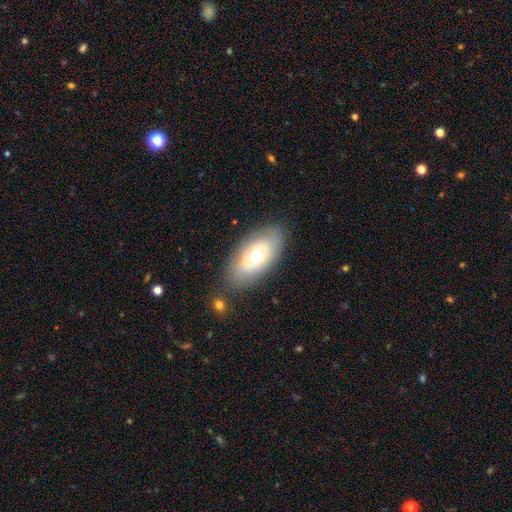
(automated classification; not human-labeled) smooth-or-featured: smooth: 57% | featured or disk: 35% | star or artifact: 8%
  how-rounded: in between: 91% | round: 6% | cigar-shaped: 3%
  merging: none: 78% | minor disturbance: 14% | major disturbance: 5% | merger: 3%